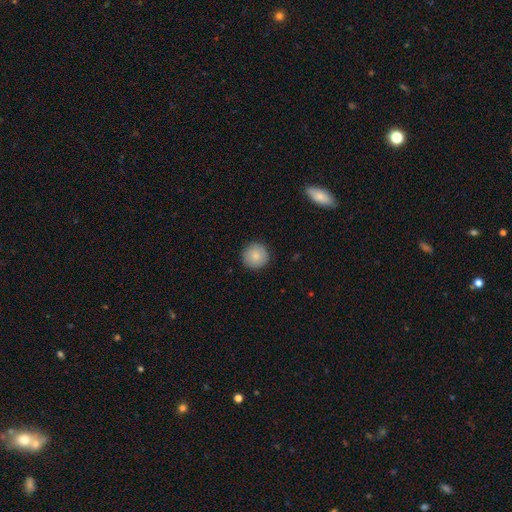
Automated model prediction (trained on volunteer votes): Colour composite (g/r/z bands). It shows a smooth galaxy with no disk features (86%) that is round (95%). Merging: none (92%).